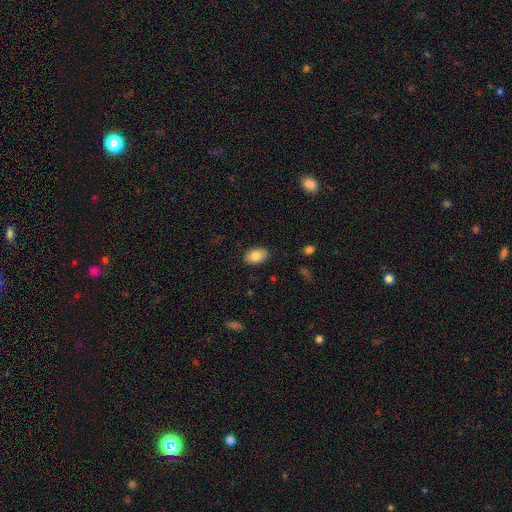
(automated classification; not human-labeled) Morphology: type=smooth (80%); roundness=in between (89%); merging=none (86%).